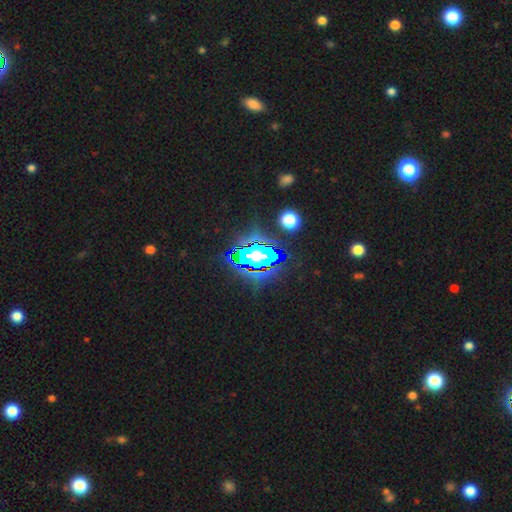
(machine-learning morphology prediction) A star or artifact, not a galaxy (60%).

Vote fractions:
- Smooth or featured? star or artifact: 60% / smooth: 22% / featured or disk: 18%